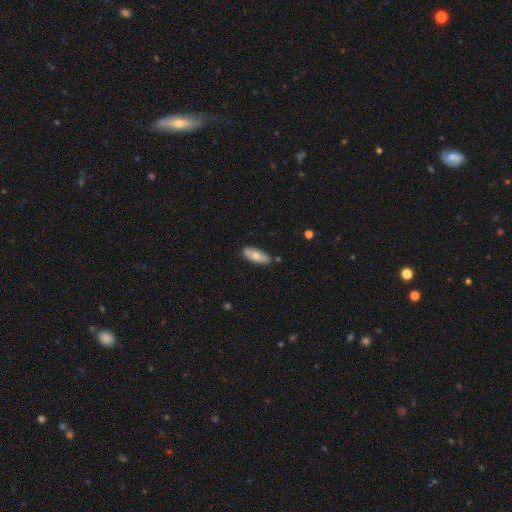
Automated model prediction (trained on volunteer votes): Q: Smooth or featured?
A: smooth (68%); runner-up: featured or disk (26%)
Q: How rounded?
A: in between (75%); runner-up: cigar-shaped (22%)
Q: Merging?
A: none (81%); runner-up: minor disturbance (14%)